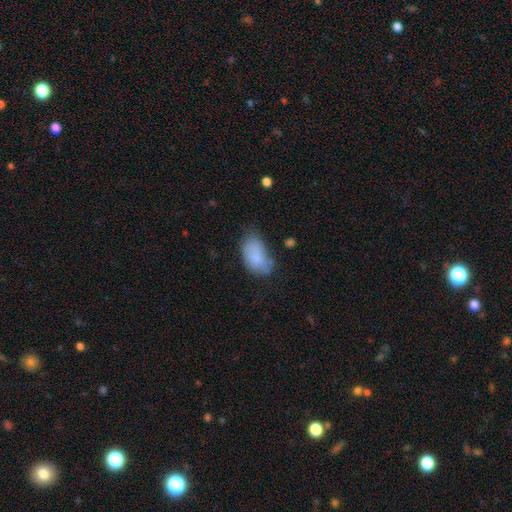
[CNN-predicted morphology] smooth_or_featured: smooth (p=0.82) [alt: featured or disk p=0.11]
how_rounded: in between (p=0.92) [alt: round p=0.06]
merging: none (p=0.50) [alt: minor disturbance p=0.33]